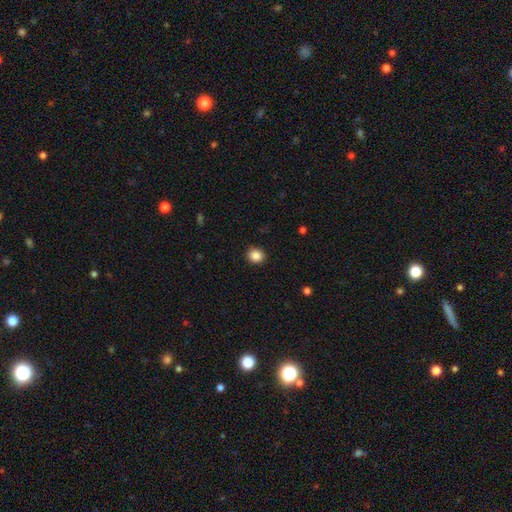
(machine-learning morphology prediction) Smooth or featured? Predicted: smooth (p=0.86). How rounded? Predicted: round (p=0.75). Merging? Predicted: none (p=0.91).